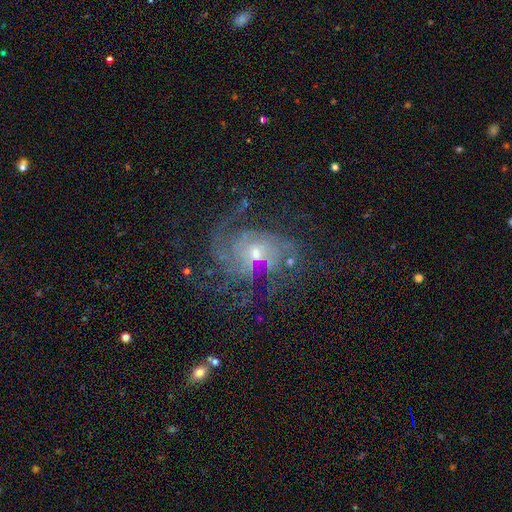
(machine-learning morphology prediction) The model was most divided on "spiral winding": tight: 45%, medium: 40%, loose: 15%. Remaining: edge-on disk — no (97%); spiral arms — yes (95%); smooth or featured — featured or disk (84%); bar — no (64%); merging — none (63%); bulge size — small (57%); spiral arm count — can't tell (31%).